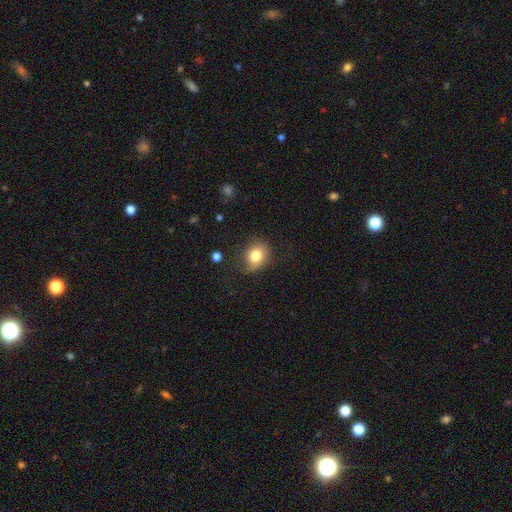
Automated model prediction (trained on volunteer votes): Smooth or featured? smooth (79%)
How rounded? round (56%)
Merging? none (65%)